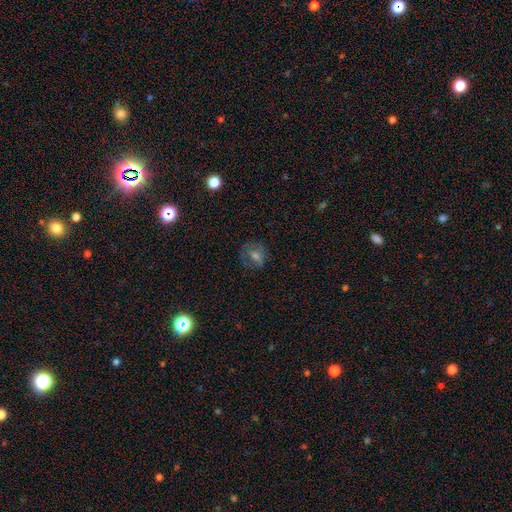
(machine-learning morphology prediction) smooth 43%, featured or disk 40%, star or artifact 17%. Down the decision tree: merging — none (73%).